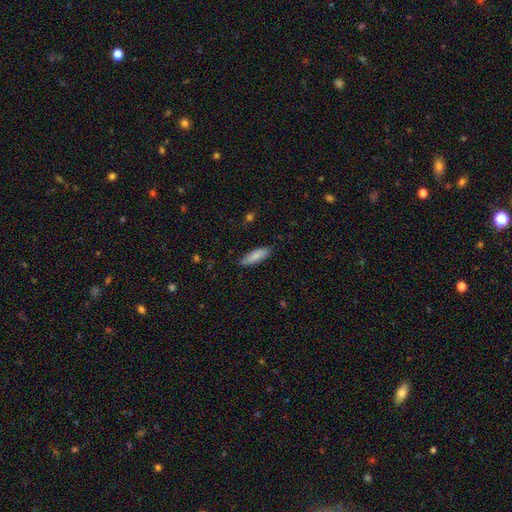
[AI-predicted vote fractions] Q: Smooth or featured?
A: smooth (84%); runner-up: featured or disk (10%)
Q: How rounded?
A: in between (52%); runner-up: cigar-shaped (47%)
Q: Merging?
A: none (85%); runner-up: minor disturbance (12%)